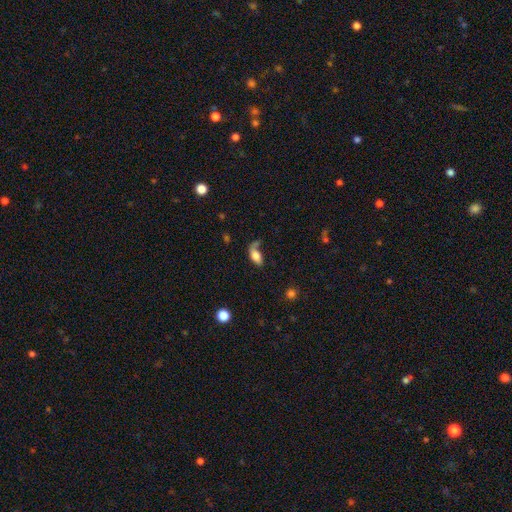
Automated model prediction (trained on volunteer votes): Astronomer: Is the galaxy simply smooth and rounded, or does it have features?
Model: smooth — 76%.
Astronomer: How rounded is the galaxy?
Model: in between — 87%.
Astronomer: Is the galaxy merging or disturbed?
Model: none — 43% (runner-up: minor disturbance, 25%).